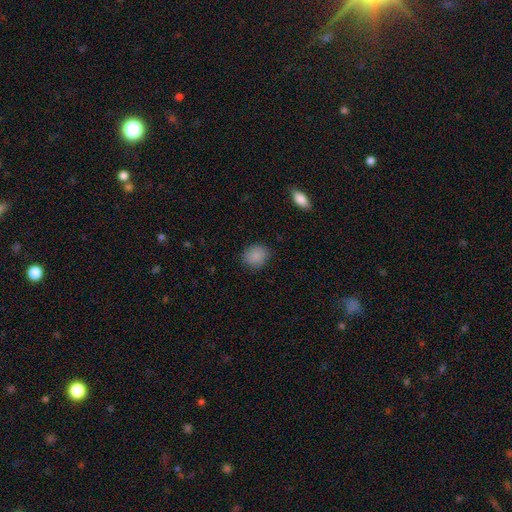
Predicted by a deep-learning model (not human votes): A smooth galaxy with no disk features (87%) that is round (66%).

Vote fractions:
- Smooth or featured? smooth: 87% / star or artifact: 9% / featured or disk: 4%
- How rounded? round: 66% / in between: 33% / cigar-shaped: 1%
- Merging? none: 85% / minor disturbance: 11% / major disturbance: 3% / merger: 1%